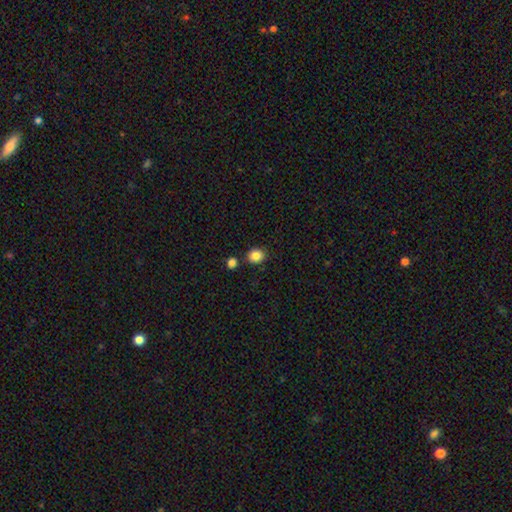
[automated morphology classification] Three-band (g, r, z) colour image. It shows a smooth galaxy with no disk features (85%) that is round (71%). Merging: none (82%).